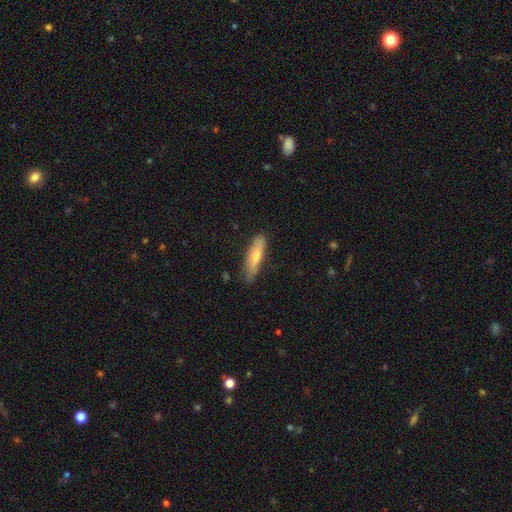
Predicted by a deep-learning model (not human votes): Smooth or featured? Predicted: smooth (p=0.70). How rounded? Predicted: cigar-shaped (p=0.70). Merging? Predicted: none (p=0.77).